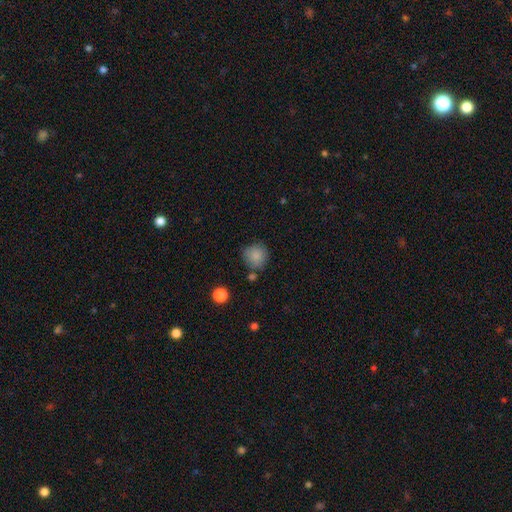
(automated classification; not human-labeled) Smooth or featured? smooth (83%)
How rounded? round (90%)
Merging? none (75%)